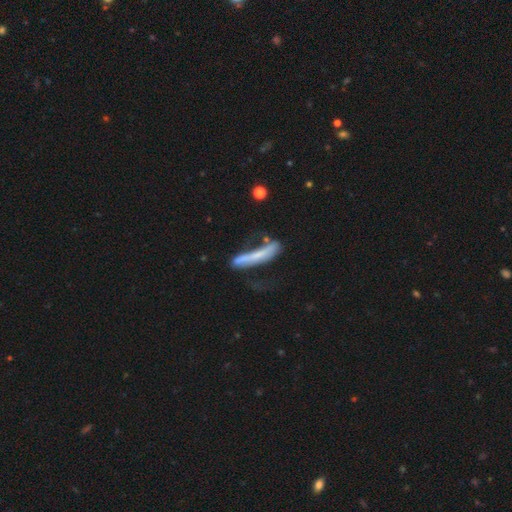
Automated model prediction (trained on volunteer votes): A smooth galaxy with no disk features (50%) that is cigar-shaped (91%). Merging: none (41%).